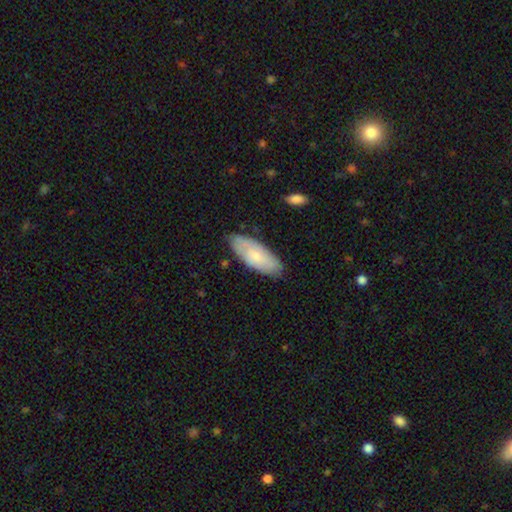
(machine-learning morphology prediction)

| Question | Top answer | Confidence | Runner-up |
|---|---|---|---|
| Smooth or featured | smooth | 63% | featured or disk (31%) |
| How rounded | in between | 82% | cigar-shaped (16%) |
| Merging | none | 76% | minor disturbance (19%) |